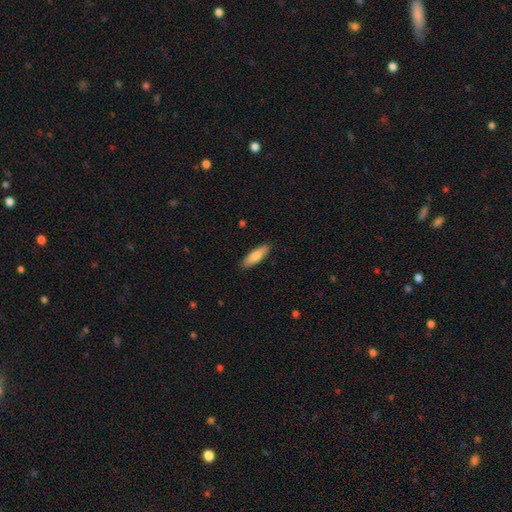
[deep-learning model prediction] Morphology: type=smooth (81%); roundness=in between (49%, tied with cigar-shaped); merging=none (88%).